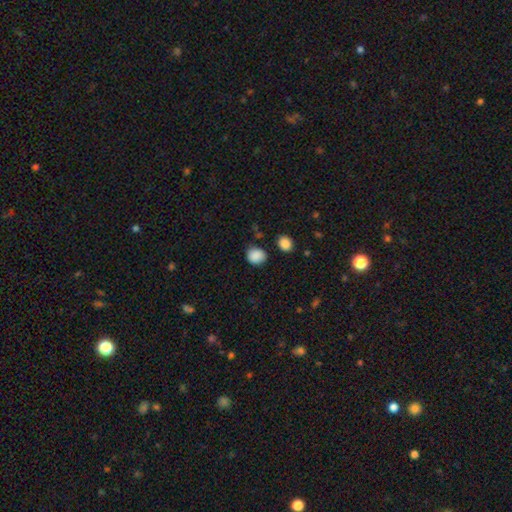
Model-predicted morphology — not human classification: smooth-or-featured: smooth: 88% | star or artifact: 9% | featured or disk: 4%
  how-rounded: round: 71% | in between: 28% | cigar-shaped: 1%
  merging: none: 79% | minor disturbance: 14% | merger: 4% | major disturbance: 3%